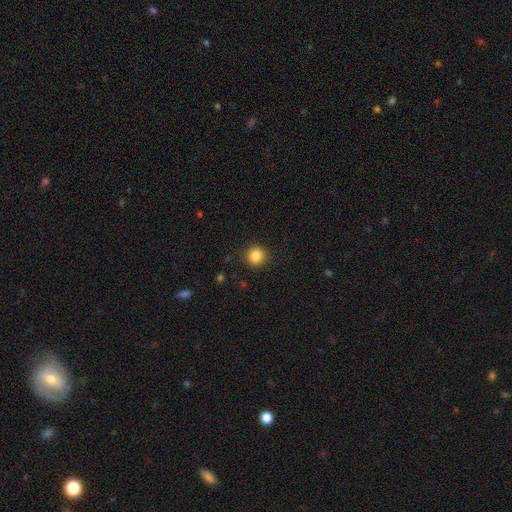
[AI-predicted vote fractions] This is clearly a smooth galaxy (86%). How rounded: clearly round (94%). Merging: clearly none (91%).